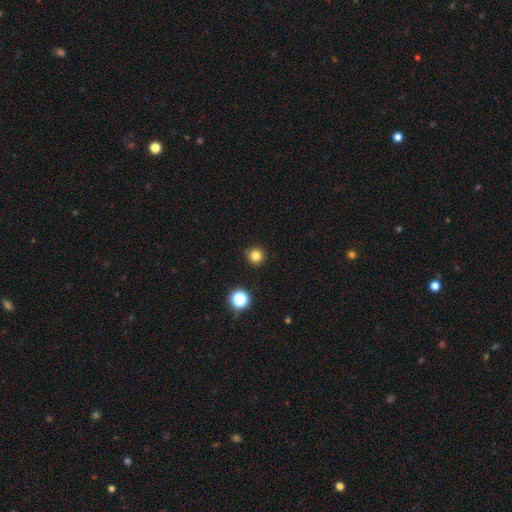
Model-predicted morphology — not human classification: Smooth or featured? Predicted: smooth (p=0.81). How rounded? Predicted: round (p=0.95). Merging? Predicted: none (p=0.90).